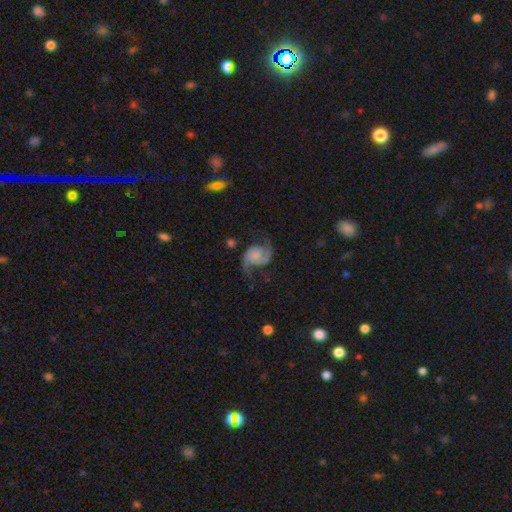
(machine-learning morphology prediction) The model was most divided on "spiral winding": loose: 45%, medium: 44%, tight: 11%. Remaining: edge-on disk — no (98%); spiral arms — yes (97%); spiral arm count — 2 (93%); smooth or featured — featured or disk (87%); bar — no (70%); merging — none (69%); bulge size — small (35%).